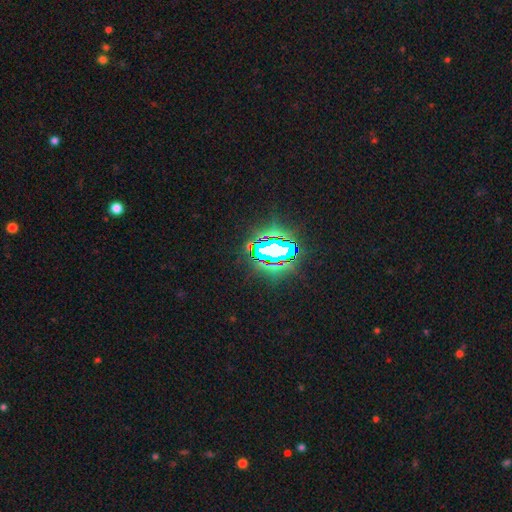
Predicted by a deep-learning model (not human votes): Overall: star or artifact (81%).